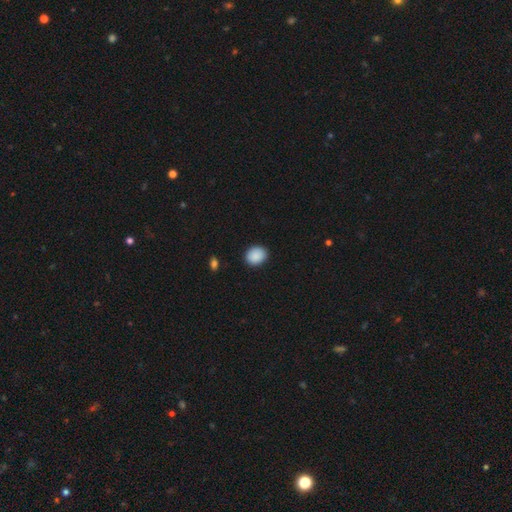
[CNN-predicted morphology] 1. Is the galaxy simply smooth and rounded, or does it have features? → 90% smooth, 8% star or artifact, 2% featured or disk.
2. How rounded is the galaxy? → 62% round, 37% in between, 1% cigar-shaped.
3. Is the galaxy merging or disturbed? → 90% none, 7% minor disturbance, 2% major disturbance, 1% merger.